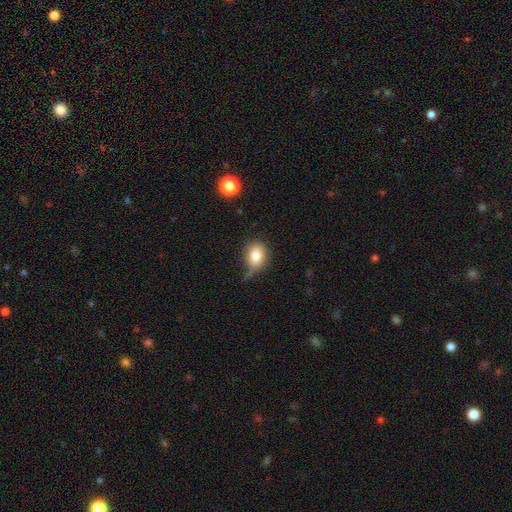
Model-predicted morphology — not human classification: The model was most divided on "merging": none: 44%, minor disturbance: 34%, major disturbance: 16%, merger: 6%. More confident: smooth or featured — smooth (80%); how rounded — in between (60%).